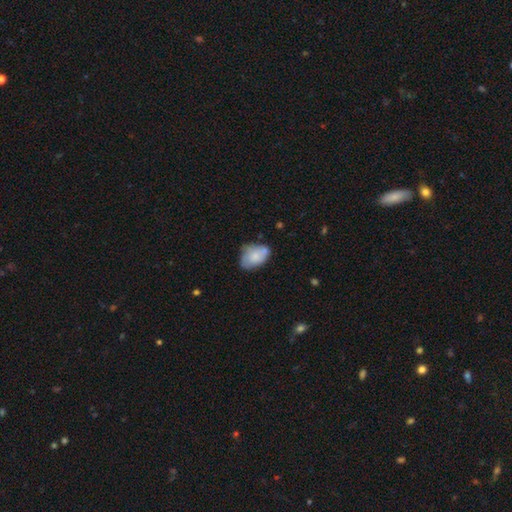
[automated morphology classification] type=smooth (72%); roundness=in between (81%); merging=none (46%).